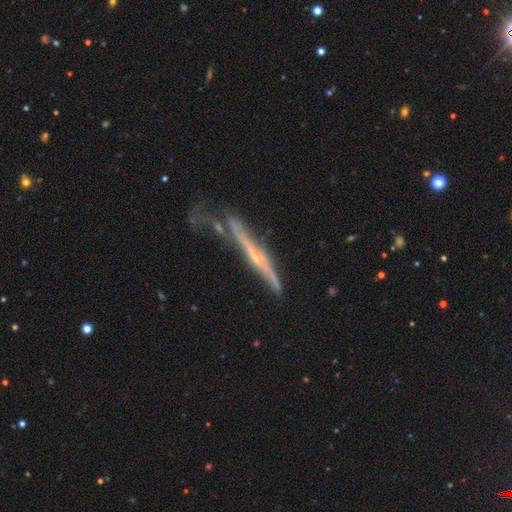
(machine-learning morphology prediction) Smooth or featured? featured or disk (76%)
Edge-on disk? yes (92%)
Edge-on bulge? rounded (63%)
Merging? none (48%)